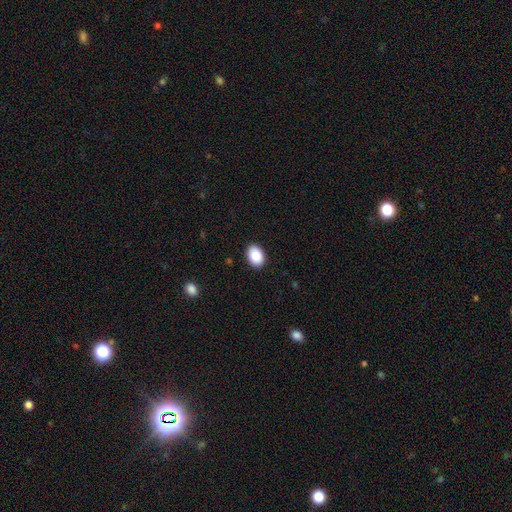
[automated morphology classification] A smooth galaxy with no disk features (88%) that is in between round and cigar-shaped (79%).

Vote fractions:
- Smooth or featured? smooth: 88% / star or artifact: 7% / featured or disk: 5%
- How rounded? in between: 79% / round: 20% / cigar-shaped: 1%
- Merging? none: 90% / minor disturbance: 8% / major disturbance: 2% / merger: 1%